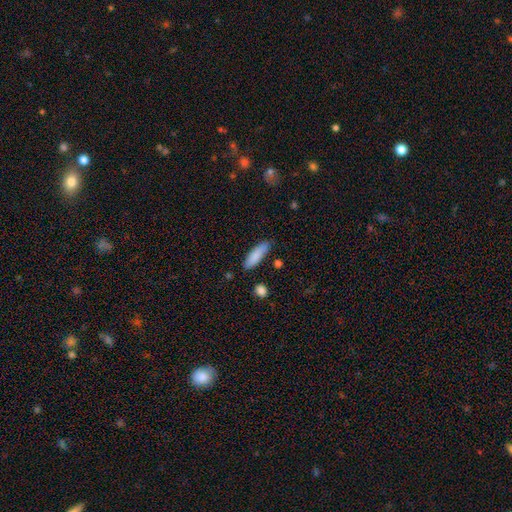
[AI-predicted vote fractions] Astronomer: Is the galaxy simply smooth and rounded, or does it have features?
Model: smooth — 85%.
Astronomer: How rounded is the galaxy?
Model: cigar-shaped — 52% (runner-up: in between, 46%).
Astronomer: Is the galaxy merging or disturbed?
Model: none — 81%.